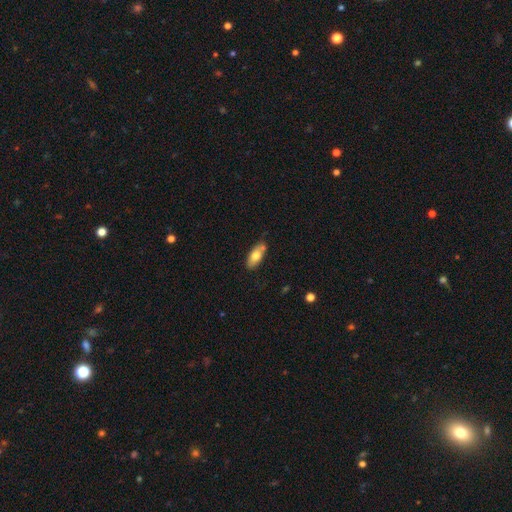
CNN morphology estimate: This appears to be a smooth galaxy with no disk features (73%) that is in between round and cigar-shaped (80%). Merging: none (70%).